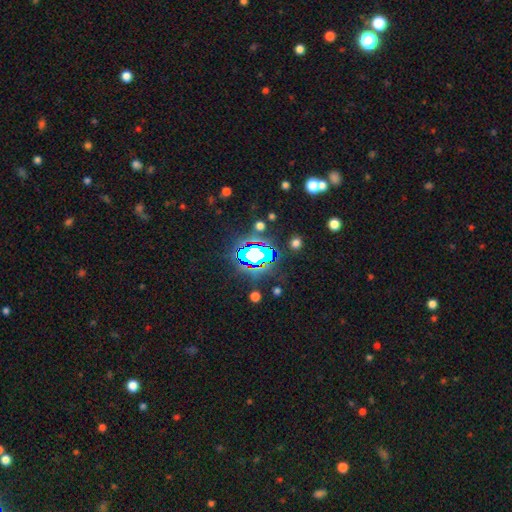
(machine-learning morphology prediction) A star or artifact, not a galaxy (64%).